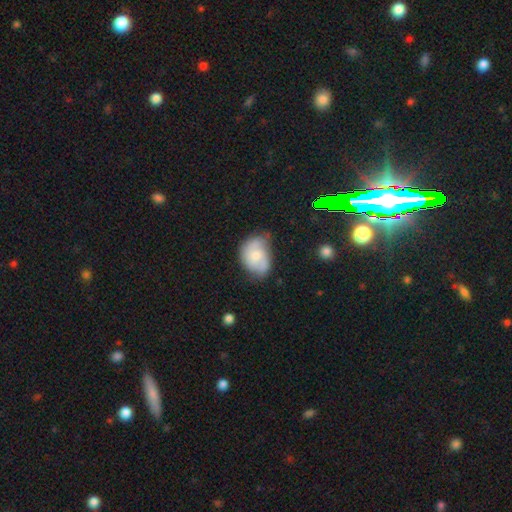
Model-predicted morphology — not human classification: Smooth or featured: smooth — 47% (featured or disk — 46%)
Merging: none — 50% (minor disturbance — 35%)